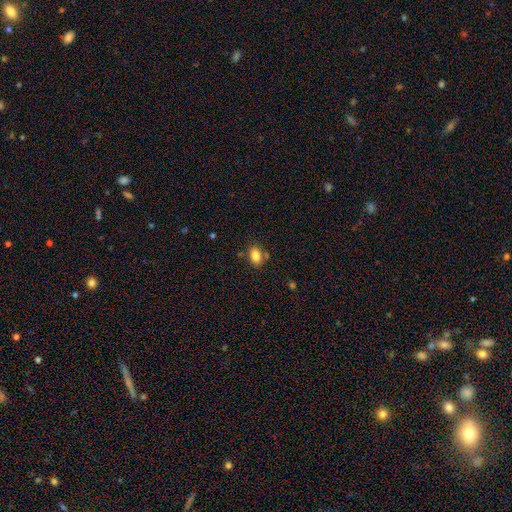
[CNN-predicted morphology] Smooth or featured? smooth (84%)
How rounded? in between (83%)
Merging? none (75%)